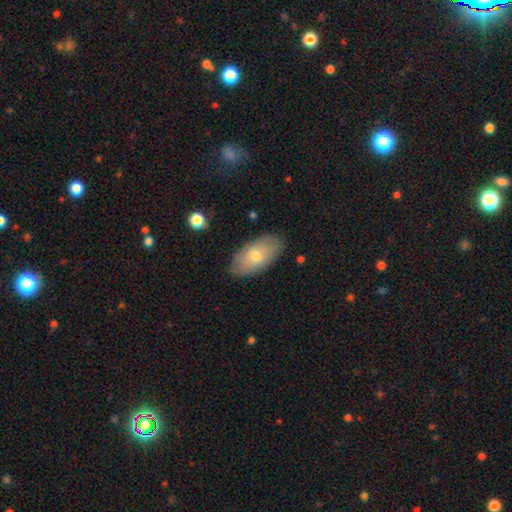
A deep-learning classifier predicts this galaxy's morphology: Q: Smooth or featured?
A: smooth (66%); runner-up: featured or disk (28%)
Q: How rounded?
A: in between (94%); runner-up: round (3%)
Q: Merging?
A: none (84%); runner-up: minor disturbance (12%)